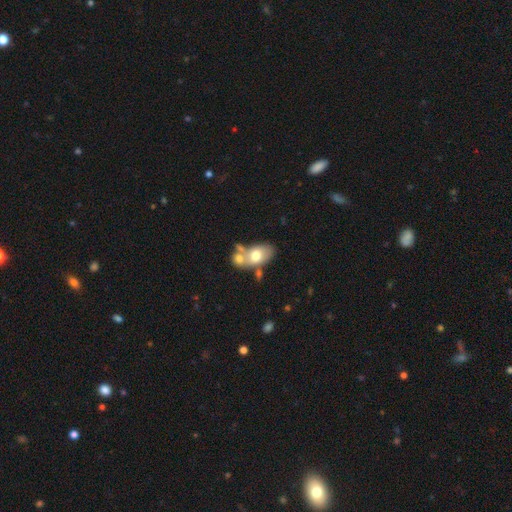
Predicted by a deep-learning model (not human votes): Q: Smooth or featured?
A: smooth (65%); runner-up: featured or disk (28%)
Q: How rounded?
A: in between (87%); runner-up: round (11%)
Q: Merging?
A: merger (52%); runner-up: none (29%)